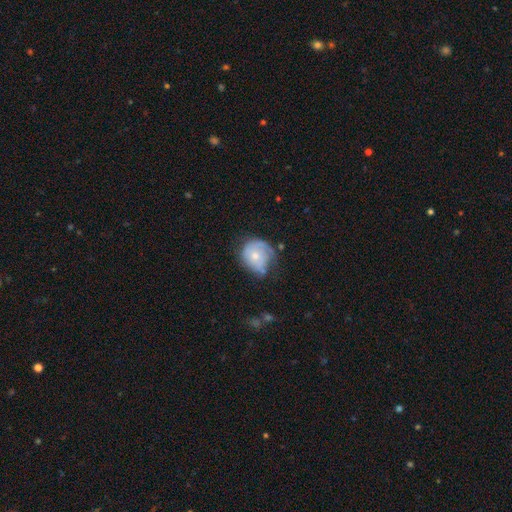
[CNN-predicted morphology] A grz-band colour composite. It shows a smooth galaxy with no disk features (47%). Merging: none (43%).